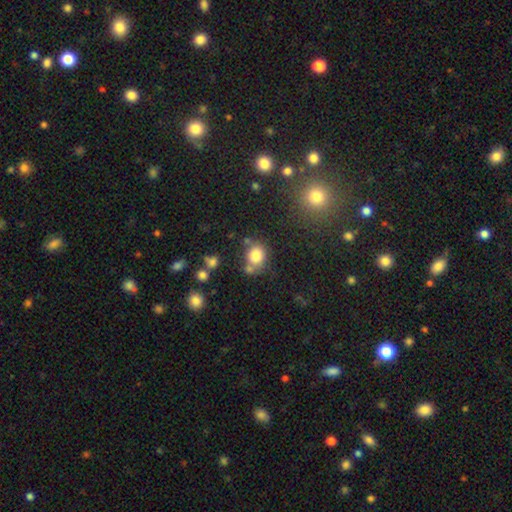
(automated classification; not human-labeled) This is clearly a smooth galaxy (80%). How rounded: likely round (69%). Merging: likely none (61%).